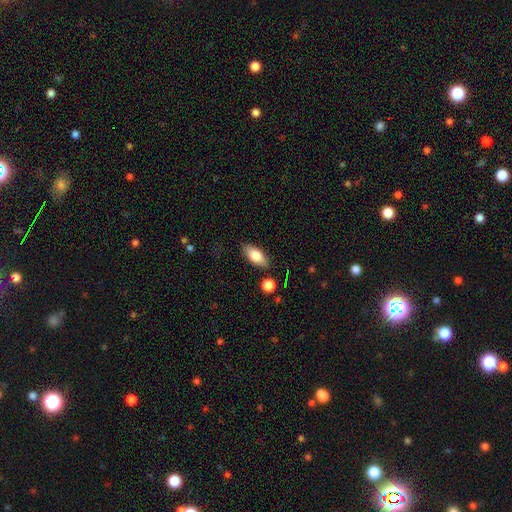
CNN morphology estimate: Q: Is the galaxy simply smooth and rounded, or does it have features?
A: smooth — 80%.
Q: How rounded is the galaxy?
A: in between — 87%.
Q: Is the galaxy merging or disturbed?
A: none — 84%.